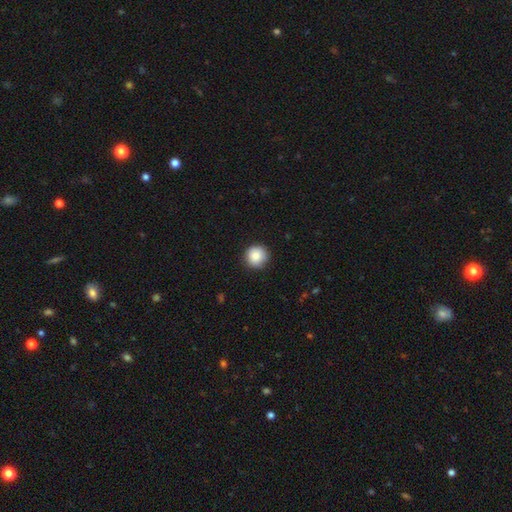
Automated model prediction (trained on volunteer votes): Smooth or featured?
  - smooth: 86% *
  - star or artifact: 8%
  - featured or disk: 6%
How rounded?
  - round: 95% *
  - in between: 4%
  - cigar-shaped: 1%
Merging?
  - none: 86% *
  - minor disturbance: 11%
  - major disturbance: 2%
  - merger: 1%